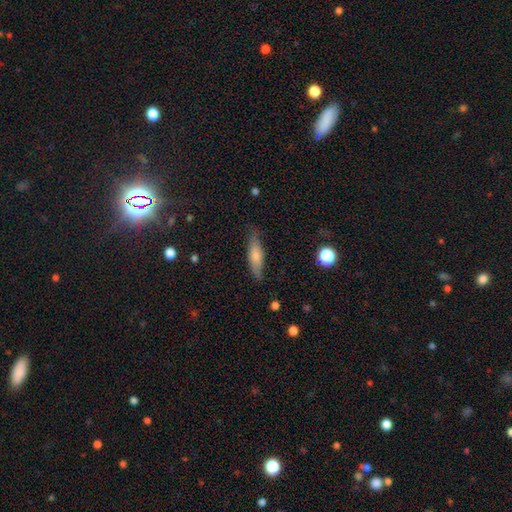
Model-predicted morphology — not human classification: smooth_or_featured: smooth (p=0.67) [alt: featured or disk p=0.26]
how_rounded: cigar-shaped (p=0.54) [alt: in between p=0.44]
merging: none (p=0.77) [alt: minor disturbance p=0.18]